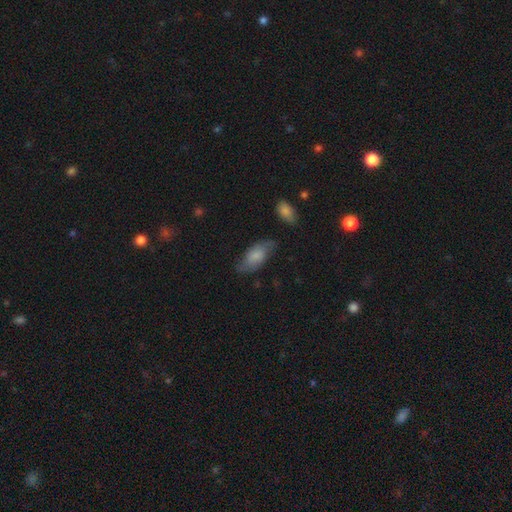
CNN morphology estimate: smooth_or_featured: smooth (p=0.66) [alt: featured or disk p=0.27]
how_rounded: in between (p=0.90) [alt: cigar-shaped p=0.07]
merging: none (p=0.66) [alt: minor disturbance p=0.24]